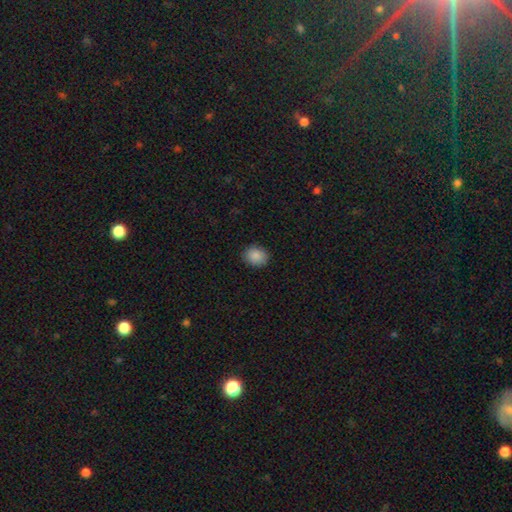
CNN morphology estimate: A smooth galaxy with no disk features (88%) that is round (60%). Merging: none (89%).